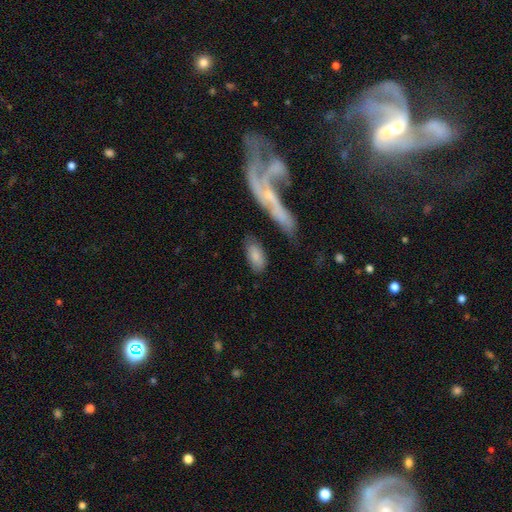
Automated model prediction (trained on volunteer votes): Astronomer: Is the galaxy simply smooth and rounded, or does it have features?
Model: smooth — 80%.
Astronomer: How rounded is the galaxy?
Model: in between — 88%.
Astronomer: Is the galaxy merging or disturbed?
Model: none — 64%.